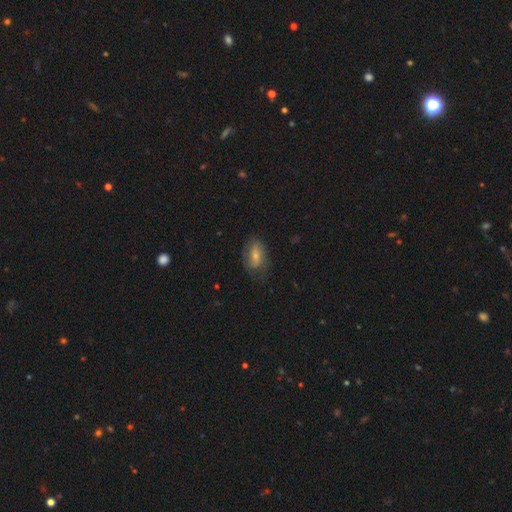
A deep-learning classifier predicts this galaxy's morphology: A smooth galaxy with no disk features (60%) that is in between round and cigar-shaped (86%).

Vote fractions:
- Smooth or featured? smooth: 60% / featured or disk: 32% / star or artifact: 8%
- How rounded? in between: 86% / round: 10% / cigar-shaped: 4%
- Merging? none: 61% / minor disturbance: 25% / major disturbance: 13% / merger: 1%